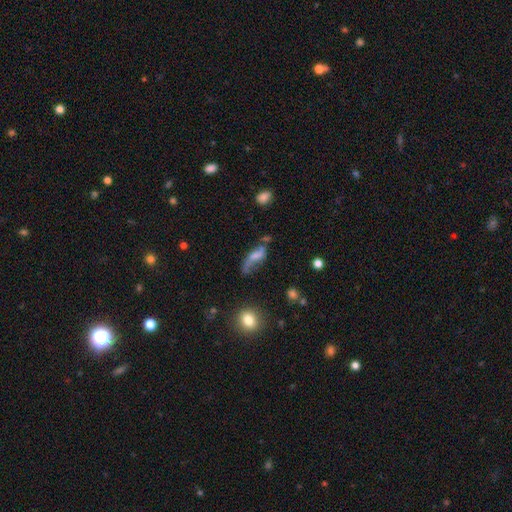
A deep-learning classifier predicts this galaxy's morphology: Overall: featured or disk (49%; smooth 40%). Merging: none (35%; major disturbance 28%).